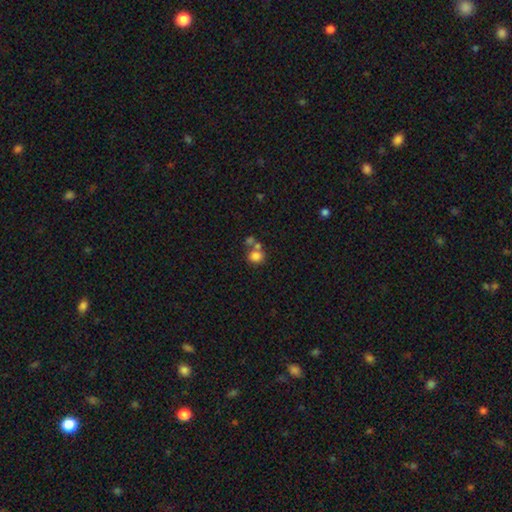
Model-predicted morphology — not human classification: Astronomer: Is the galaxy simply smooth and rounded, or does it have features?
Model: smooth — 79%.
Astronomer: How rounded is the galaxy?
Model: round — 77%.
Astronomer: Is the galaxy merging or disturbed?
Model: none — 50% (runner-up: merger, 36%).